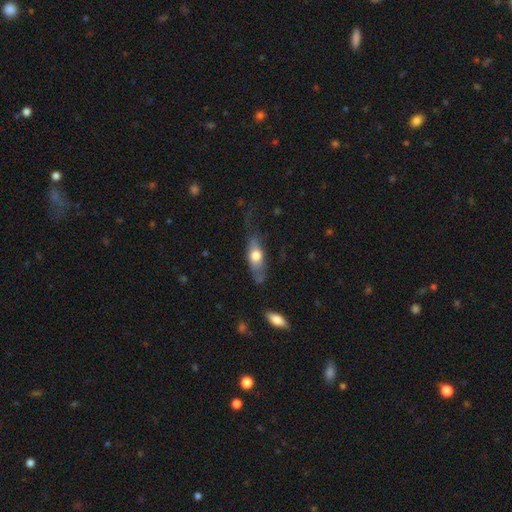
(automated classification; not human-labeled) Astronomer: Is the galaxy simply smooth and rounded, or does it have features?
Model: smooth — 62%.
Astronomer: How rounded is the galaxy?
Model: in between — 69%.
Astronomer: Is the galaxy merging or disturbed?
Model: none — 46% (runner-up: minor disturbance, 31%).